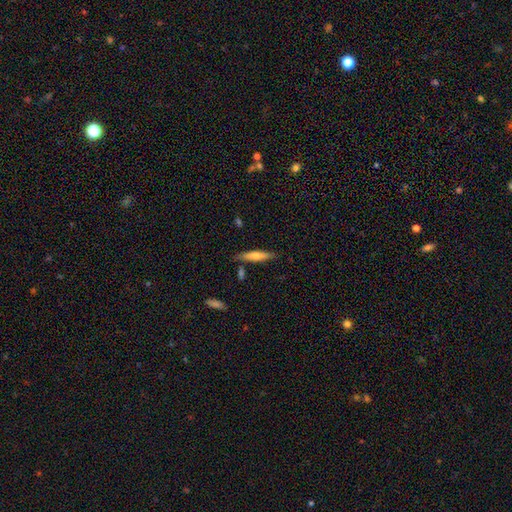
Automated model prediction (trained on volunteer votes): A smooth galaxy with no disk features (60%) that is cigar-shaped (83%).

Vote fractions:
- Smooth or featured? smooth: 60% / featured or disk: 33% / star or artifact: 6%
- How rounded? cigar-shaped: 83% / in between: 15% / round: 1%
- Merging? none: 79% / minor disturbance: 13% / merger: 5% / major disturbance: 3%